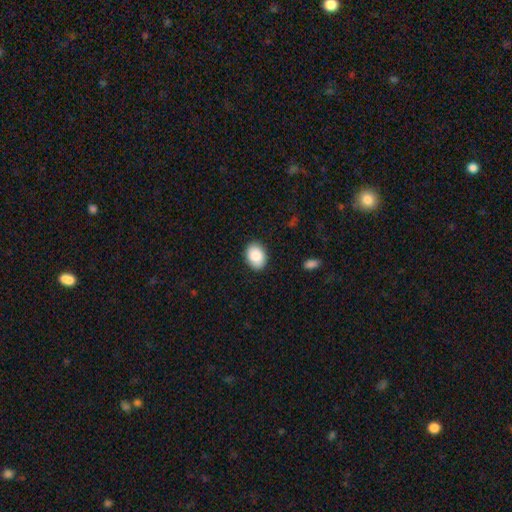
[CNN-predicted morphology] Smooth or featured: smooth — 88% (star or artifact — 7%)
How rounded: in between — 75% (round — 24%)
Merging: none — 88% (minor disturbance — 9%)